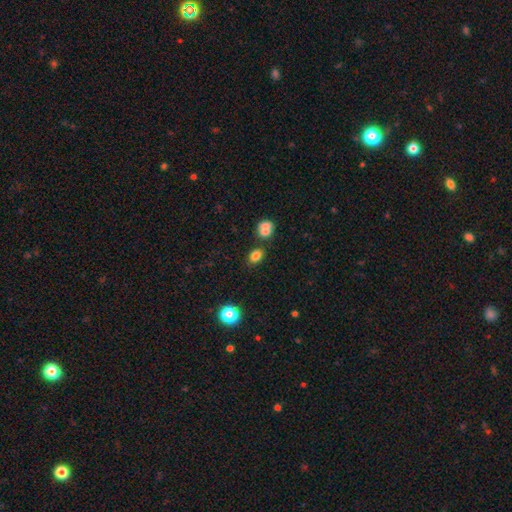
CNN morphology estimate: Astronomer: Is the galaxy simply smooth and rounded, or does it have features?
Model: smooth — 81%.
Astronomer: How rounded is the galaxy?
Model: in between — 70%.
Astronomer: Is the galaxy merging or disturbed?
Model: none — 69%.